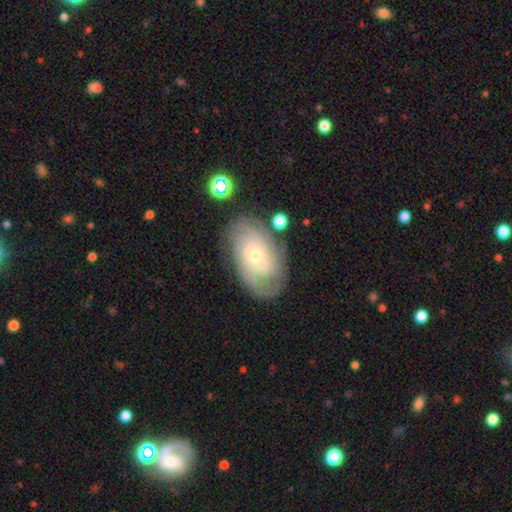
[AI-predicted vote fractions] Smooth or featured? featured or disk (78%)
Edge-on disk? no (95%)
Bar? no (79%)
Spiral arms? yes (92%)
Spiral winding? tight (71%)
Spiral arm count? can't tell (45%)
Bulge size? small (62%)
Merging? none (75%)